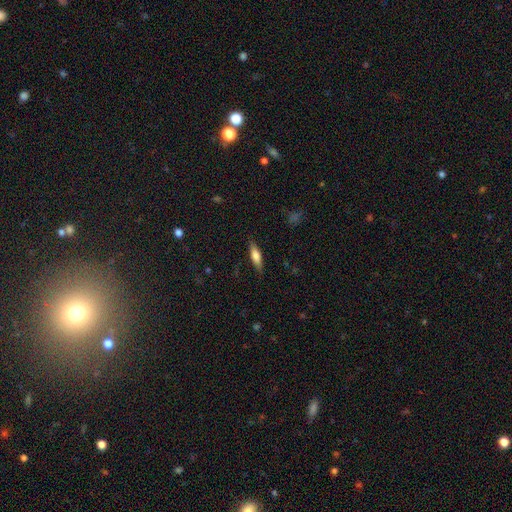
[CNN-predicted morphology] Overall: smooth (67%). How rounded: cigar-shaped (55%; in between 42%). Merging: none (85%).